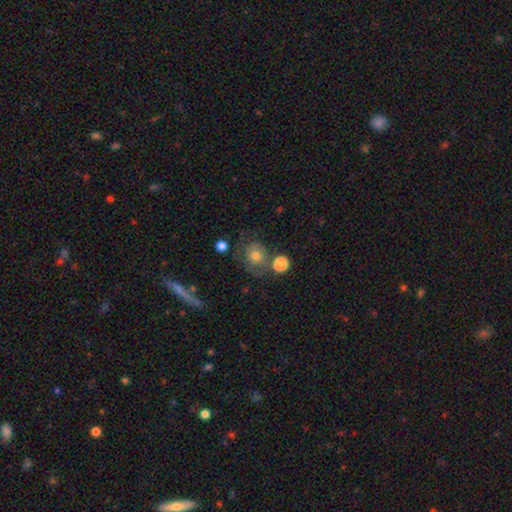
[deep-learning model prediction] smooth_or_featured: smooth (p=0.54) [alt: featured or disk p=0.34]
how_rounded: round (p=0.79) [alt: in between p=0.19]
merging: none (p=0.60) [alt: minor disturbance p=0.19]